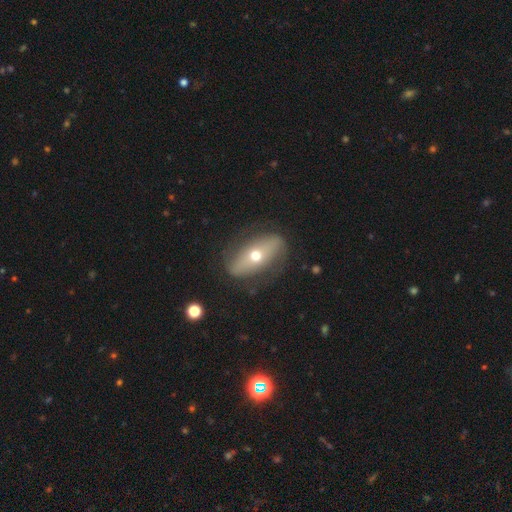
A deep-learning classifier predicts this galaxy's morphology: Smooth or featured: featured or disk — 54% (smooth — 39%)
Edge-on disk: no — 74% (yes — 26%)
Merging: none — 79% (minor disturbance — 13%)